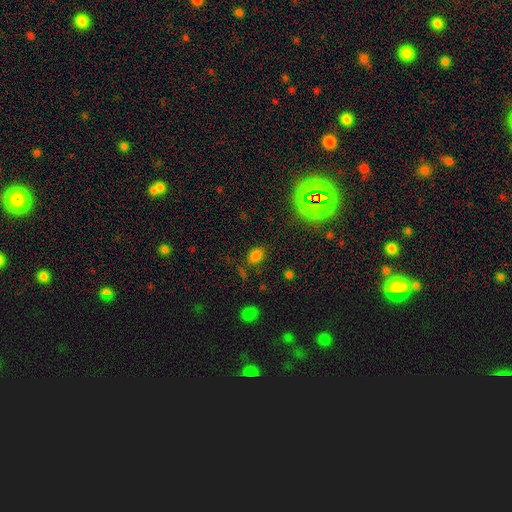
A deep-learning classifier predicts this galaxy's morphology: smooth 74%, star or artifact 20%, featured or disk 6%. Down the decision tree: how rounded — in between (70%); merging — none (76%).